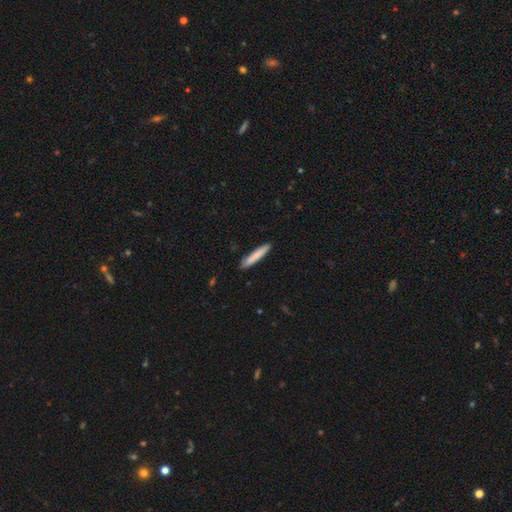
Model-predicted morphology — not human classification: smooth 82%, featured or disk 13%, star or artifact 5%. Down the decision tree: how rounded — cigar-shaped (93%); merging — none (88%).